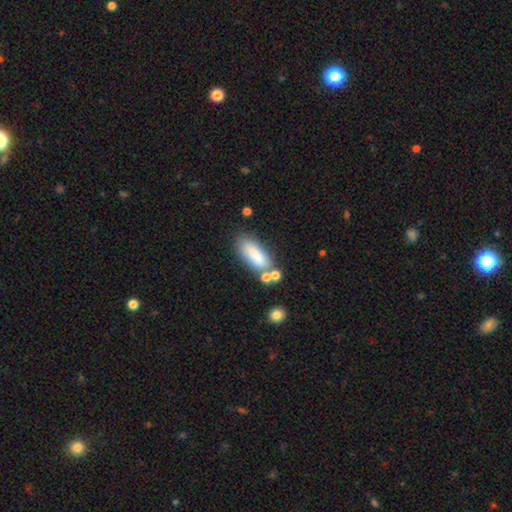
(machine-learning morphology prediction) smooth-or-featured: smooth: 80% | featured or disk: 11% | star or artifact: 9%
  how-rounded: in between: 71% | cigar-shaped: 26% | round: 3%
  merging: none: 59% | merger: 17% | minor disturbance: 16% | major disturbance: 7%